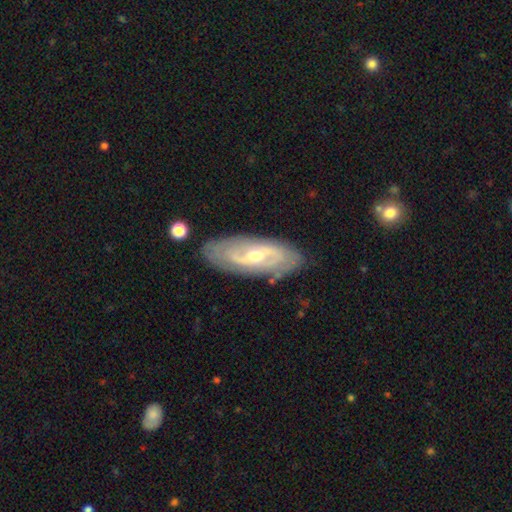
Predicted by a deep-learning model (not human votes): Q: Smooth or featured?
A: featured or disk (80%); runner-up: smooth (15%)
Q: Edge-on disk?
A: no (90%); runner-up: yes (10%)
Q: Bar?
A: weak (46%); runner-up: no (33%)
Q: Spiral arms?
A: yes (86%); runner-up: no (14%)
Q: Spiral winding?
A: medium (40%); runner-up: tight (34%)
Q: Spiral arm count?
A: 2 (69%); runner-up: can't tell (20%)
Q: Bulge size?
A: moderate (57%); runner-up: small (39%)
Q: Merging?
A: none (82%); runner-up: minor disturbance (13%)